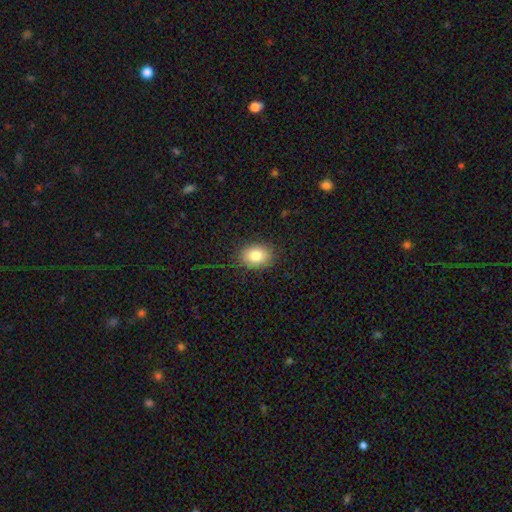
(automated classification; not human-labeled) smooth_or_featured: smooth (p=0.84) [alt: star or artifact p=0.09]
how_rounded: in between (p=0.63) [alt: round p=0.36]
merging: none (p=0.86) [alt: minor disturbance p=0.10]